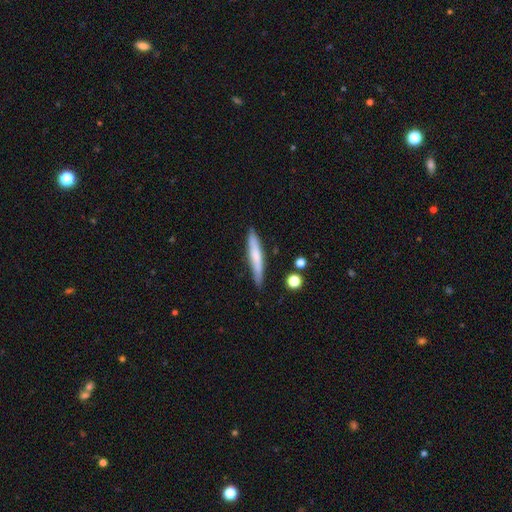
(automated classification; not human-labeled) Morphology: type=smooth (65%); roundness=cigar-shaped (92%); merging=none (81%).